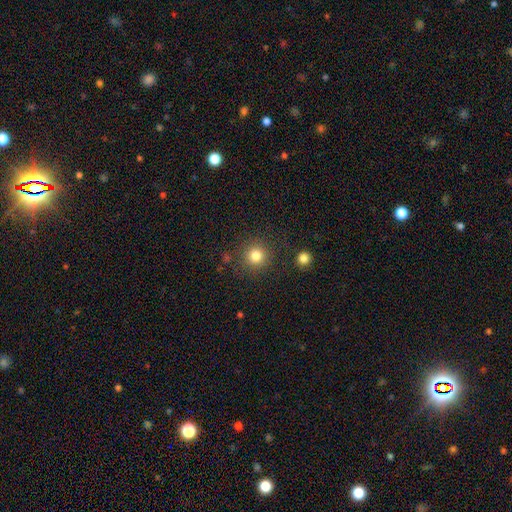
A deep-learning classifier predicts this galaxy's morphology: smooth-or-featured: smooth: 82% | star or artifact: 12% | featured or disk: 6%
  how-rounded: round: 93% | in between: 6% | cigar-shaped: 1%
  merging: none: 87% | minor disturbance: 7% | merger: 3% | major disturbance: 3%